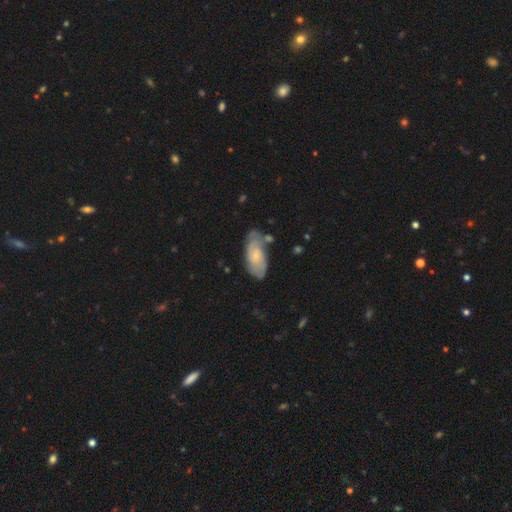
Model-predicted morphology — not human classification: Smooth or featured? smooth (49%)
Merging? none (60%)